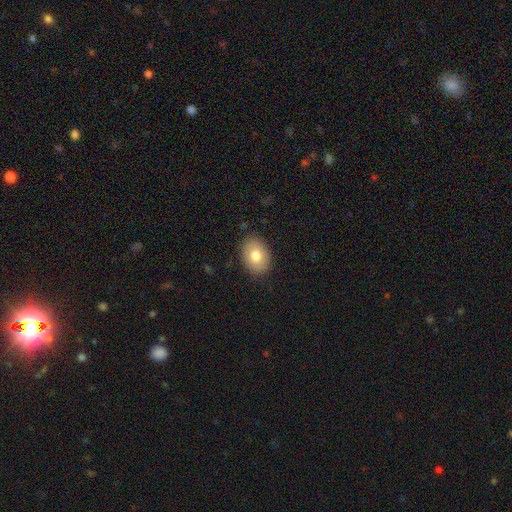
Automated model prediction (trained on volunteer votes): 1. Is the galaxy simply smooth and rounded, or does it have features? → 78% smooth, 14% featured or disk, 7% star or artifact.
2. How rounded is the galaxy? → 76% in between, 23% round, 1% cigar-shaped.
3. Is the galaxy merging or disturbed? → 87% none, 10% minor disturbance, 2% major disturbance, 1% merger.